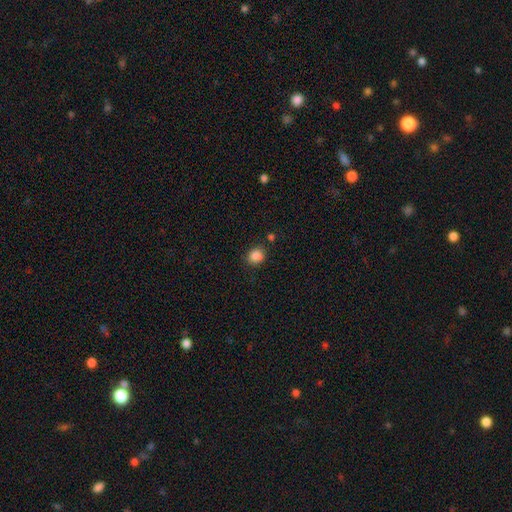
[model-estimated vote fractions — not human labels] This appears to be a smooth galaxy with no disk features (86%) that is round (68%). Merging: none (81%).